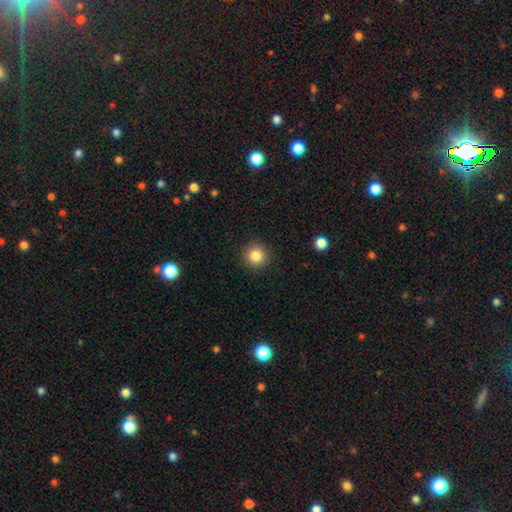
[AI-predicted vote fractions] A smooth galaxy with no disk features (84%) that is round (95%).

Vote fractions:
- Smooth or featured? smooth: 84% / star or artifact: 10% / featured or disk: 5%
- How rounded? round: 95% / in between: 4% / cigar-shaped: 1%
- Merging? none: 91% / minor disturbance: 6% / major disturbance: 2% / merger: 1%